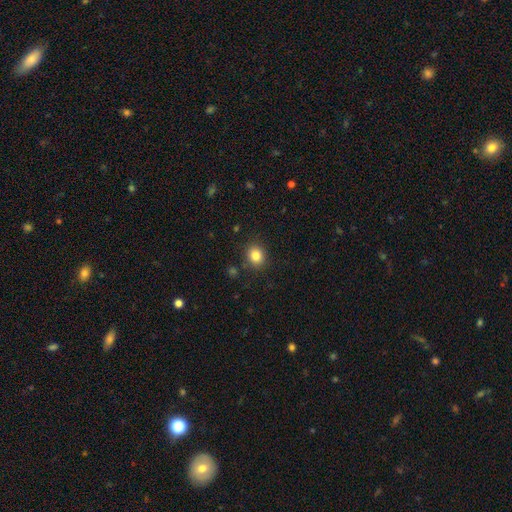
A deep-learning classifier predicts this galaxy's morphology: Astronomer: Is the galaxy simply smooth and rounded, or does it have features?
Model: smooth — 84%.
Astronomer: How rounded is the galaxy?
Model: round — 71%.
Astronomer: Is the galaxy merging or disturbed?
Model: none — 87%.